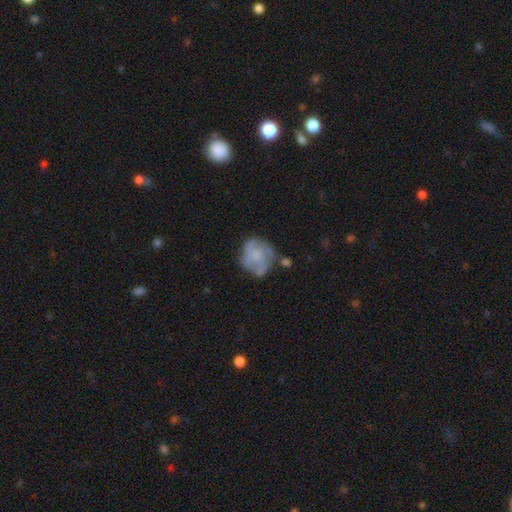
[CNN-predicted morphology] A featured or disk galaxy (54%) with no bar (78%), spiral arms (62%) and no central bulge (38%).

Vote fractions:
- Smooth or featured? featured or disk: 54% / smooth: 38% / star or artifact: 8%
- Edge-on disk? no: 98% / yes: 2%
- Bar? no: 78% / weak: 19% / strong: 3%
- Spiral arms? yes: 62% / no: 38%
- Bulge size? none: 38% / small: 29% / moderate: 27% / large: 4% / dominant: 1%
- Merging? none: 57% / minor disturbance: 24% / major disturbance: 13% / merger: 6%